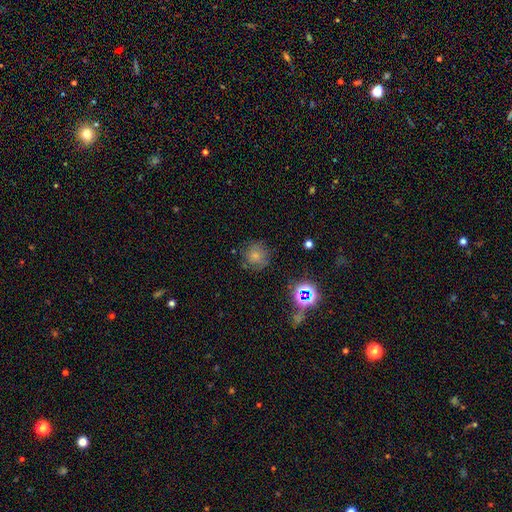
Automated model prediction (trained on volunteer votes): Smooth or featured? Predicted: smooth (p=0.68). How rounded? Predicted: round (p=0.90). Merging? Predicted: none (p=0.75).